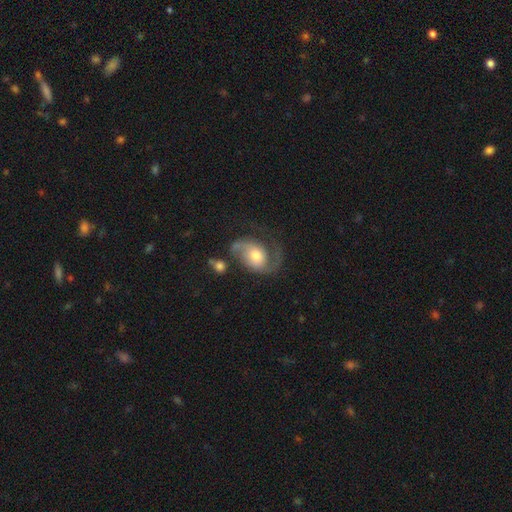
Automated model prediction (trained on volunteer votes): Smooth or featured? featured or disk (77%)
Edge-on disk? no (97%)
Bar? no (63%)
Spiral arms? yes (93%)
Spiral winding? medium (47%)
Spiral arm count? 2 (72%)
Bulge size? moderate (62%)
Merging? none (49%)